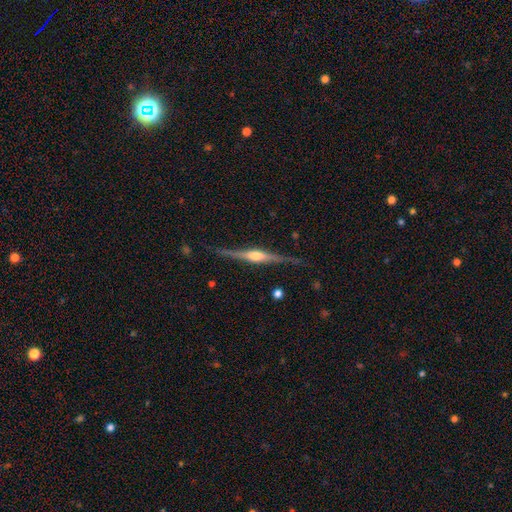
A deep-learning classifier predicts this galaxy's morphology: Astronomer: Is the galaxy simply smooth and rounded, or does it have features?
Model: featured or disk — 82%.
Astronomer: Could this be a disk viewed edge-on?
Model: yes — 98%.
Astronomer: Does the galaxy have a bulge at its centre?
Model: rounded — 85%.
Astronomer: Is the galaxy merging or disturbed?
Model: none — 83%.